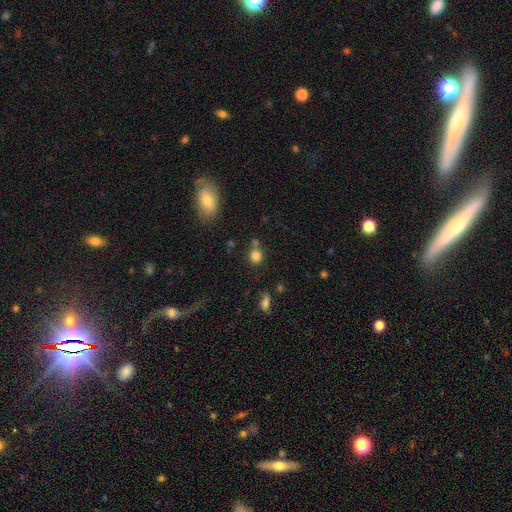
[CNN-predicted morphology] smooth-or-featured: smooth: 81% | star or artifact: 13% | featured or disk: 6%
  how-rounded: round: 81% | in between: 18% | cigar-shaped: 1%
  merging: none: 65% | merger: 19% | minor disturbance: 11% | major disturbance: 4%